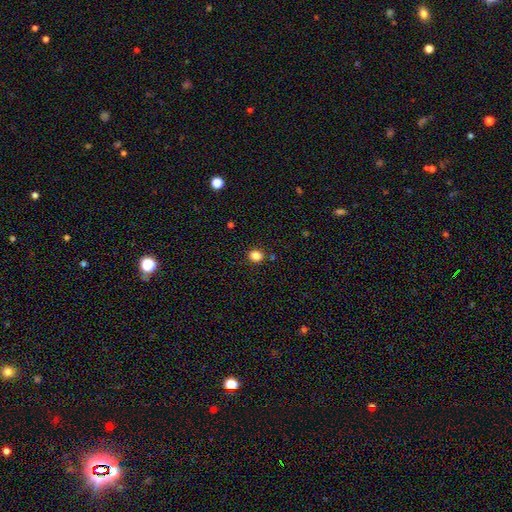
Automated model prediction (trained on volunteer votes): Morphology: type=smooth (84%); roundness=round (65%); merging=none (85%).